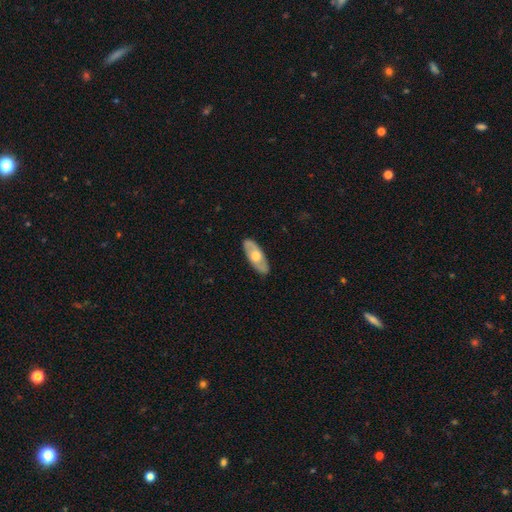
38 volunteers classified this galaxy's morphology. Smooth or featured: featured or disk — 63% (smooth — 29%)
Edge-on disk: no — 88% (yes — 12%)
Bar: no — 76% (weak — 19%)
Spiral arms: no — 71% (yes — 29%)
Bulge size: moderate — 71% (large — 14%)
Merging: none — 91% (minor disturbance — 3%)